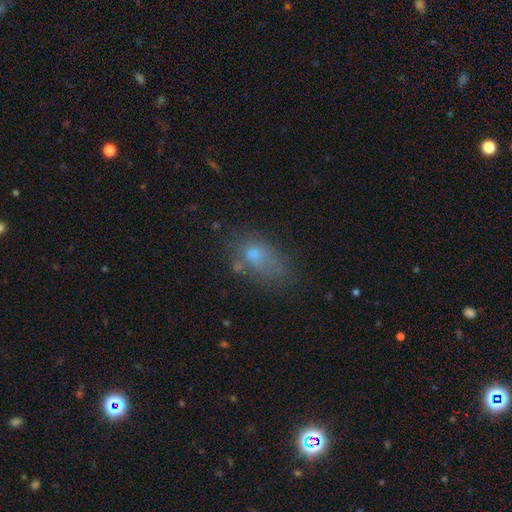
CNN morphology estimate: The model was most divided on "merging": none: 48%, minor disturbance: 26%, major disturbance: 17%, merger: 9%. More confident: how rounded — in between (80%); smooth or featured — smooth (67%).